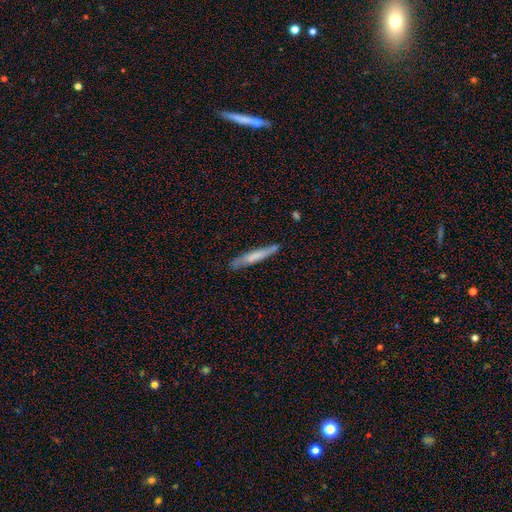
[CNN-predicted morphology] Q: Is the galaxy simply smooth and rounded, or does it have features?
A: smooth — 62%.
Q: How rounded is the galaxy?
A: cigar-shaped — 94%.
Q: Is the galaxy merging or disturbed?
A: none — 80%.